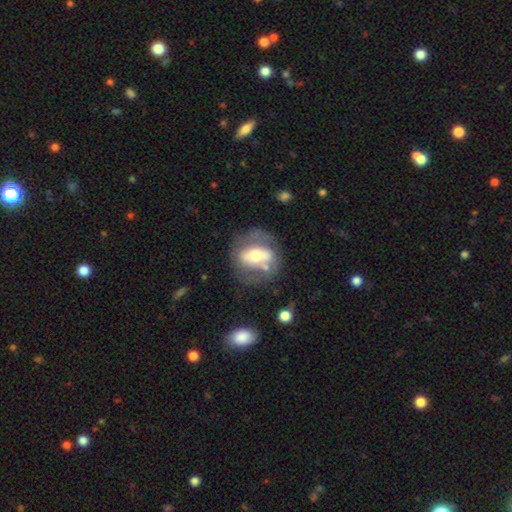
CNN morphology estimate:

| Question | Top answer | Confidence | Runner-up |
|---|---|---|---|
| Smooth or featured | featured or disk | 60% | smooth (33%) |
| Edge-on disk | no | 86% | yes (14%) |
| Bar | strong | 47% | no (30%) |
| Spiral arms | no | 71% | yes (29%) |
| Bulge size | moderate | 59% | small (22%) |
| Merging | none | 56% | minor disturbance (20%) |